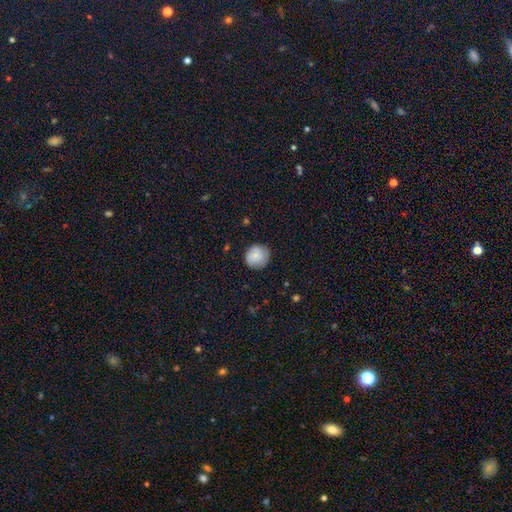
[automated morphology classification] type=smooth (78%); roundness=round (91%); merging=none (81%).